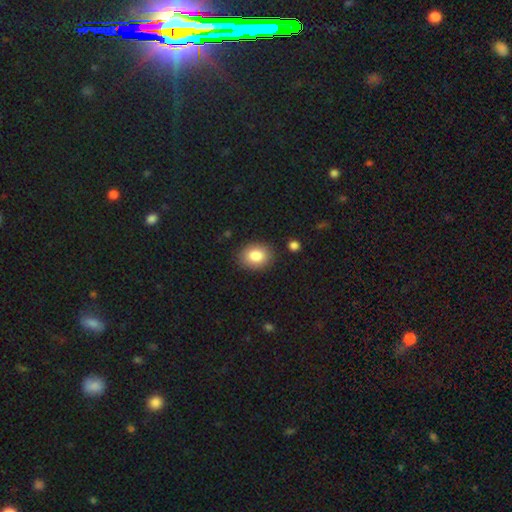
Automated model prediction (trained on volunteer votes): Smooth or featured: smooth — 84% (star or artifact — 8%)
How rounded: in between — 55% (round — 44%)
Merging: none — 87% (minor disturbance — 9%)